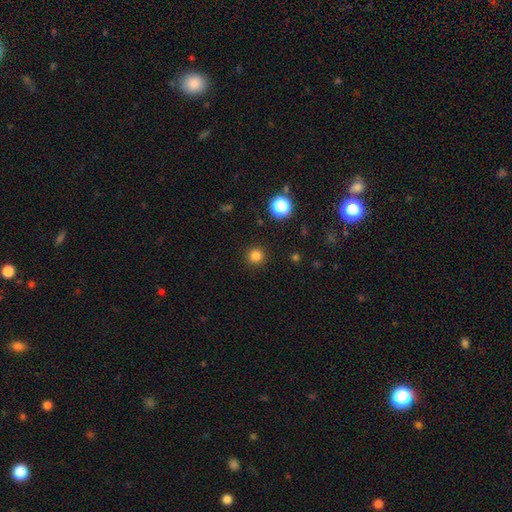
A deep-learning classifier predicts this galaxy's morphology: A smooth galaxy with no disk features (82%) that is round (95%). Merging: none (92%).